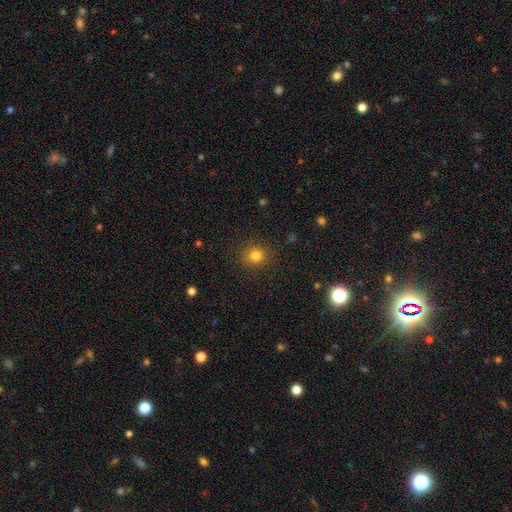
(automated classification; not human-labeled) Overall: smooth (81%). How rounded: round (81%). Merging: none (87%).